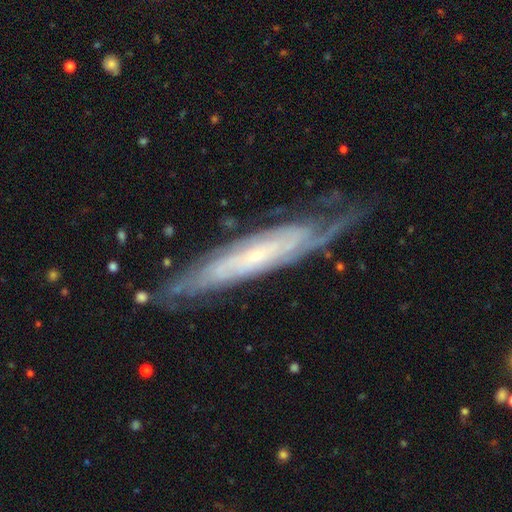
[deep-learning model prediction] The model was most divided on "edge-on disk": no: 62%, yes: 38%. More confident: spiral arms — yes (92%); smooth or featured — featured or disk (81%); bulge size — small (81%); merging — none (71%); bar — no (64%).